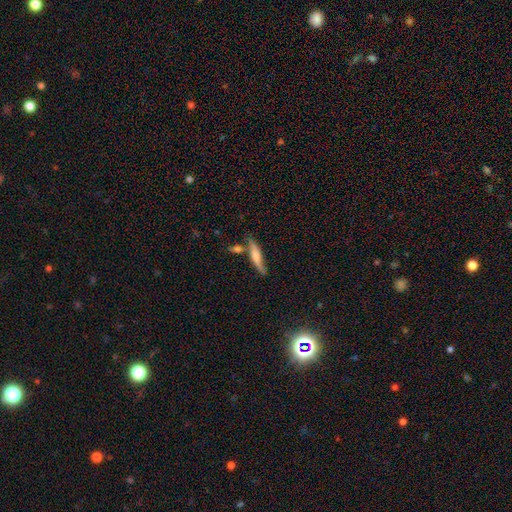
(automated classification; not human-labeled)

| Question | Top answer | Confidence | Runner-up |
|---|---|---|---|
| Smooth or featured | smooth | 57% | featured or disk (37%) |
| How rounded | cigar-shaped | 82% | in between (16%) |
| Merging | none | 59% | minor disturbance (19%) |